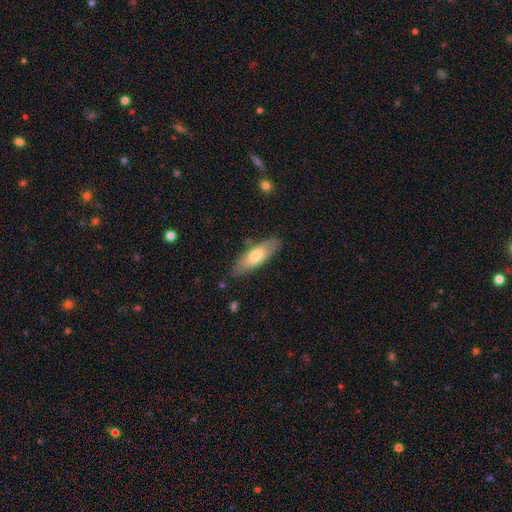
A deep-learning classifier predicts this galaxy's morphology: The model was most divided on "how rounded": in between: 61%, cigar-shaped: 37%, round: 2%. More confident: merging — none (82%); smooth or featured — smooth (63%).